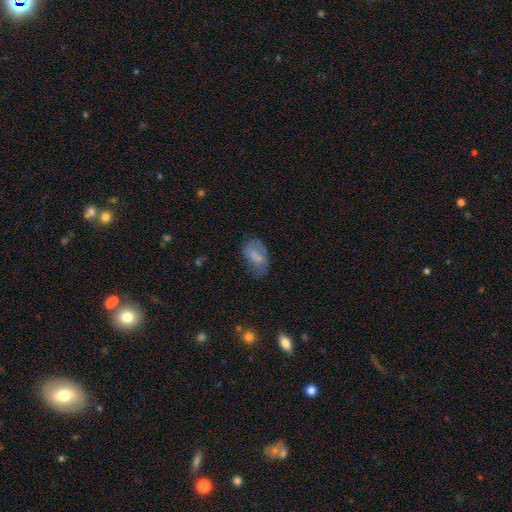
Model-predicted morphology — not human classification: type=smooth (66%); roundness=in between (88%); merging=none (47%).